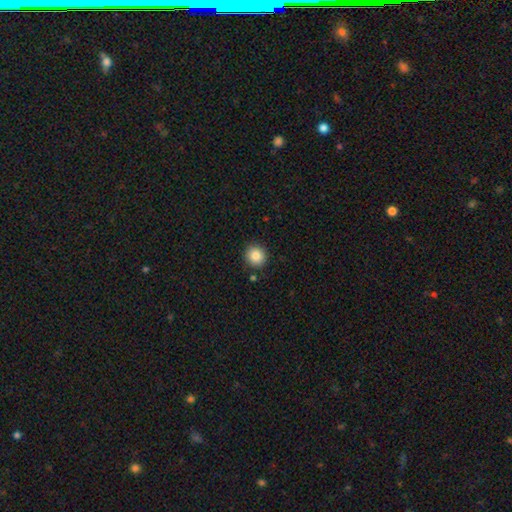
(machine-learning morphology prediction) Smooth or featured?
  - smooth: 85% *
  - star or artifact: 10%
  - featured or disk: 5%
How rounded?
  - round: 93% *
  - in between: 6%
  - cigar-shaped: 1%
Merging?
  - none: 90% *
  - minor disturbance: 6%
  - merger: 2%
  - major disturbance: 2%